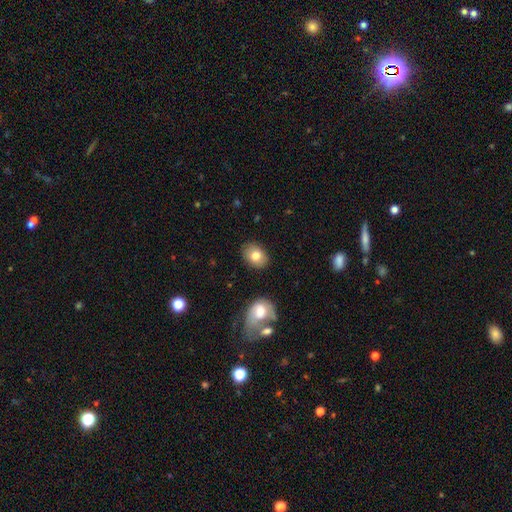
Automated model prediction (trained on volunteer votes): Smooth or featured? Predicted: smooth (p=0.79). How rounded? Predicted: in between (p=0.68). Merging? Predicted: none (p=0.85).